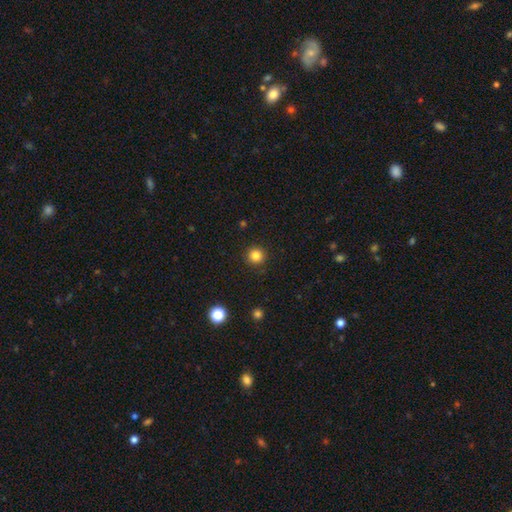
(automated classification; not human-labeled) smooth 83%, star or artifact 12%, featured or disk 5%. Down the decision tree: how rounded — round (95%); merging — none (92%).